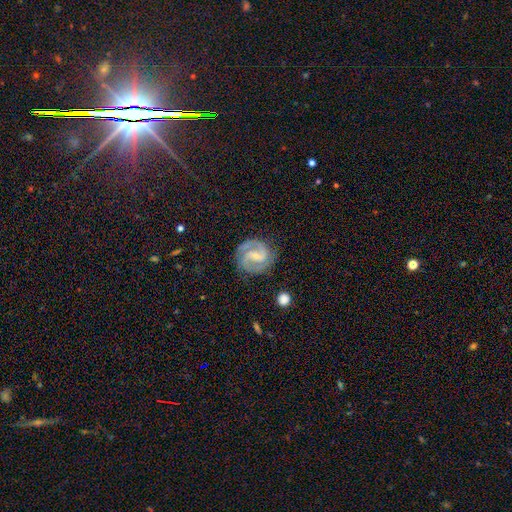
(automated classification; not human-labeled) Morphology: type=featured or disk (89%); edge-on=no (98%); bar=weak (53%); spiral arms=yes (98%); winding=medium (53%); arm count=2 (90%); bulge=small (56%); merging=none (81%).